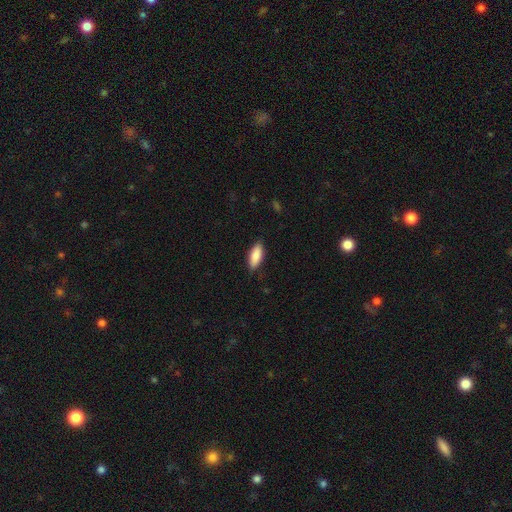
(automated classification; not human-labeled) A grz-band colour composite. It shows a smooth galaxy with no disk features (86%) that is in between round and cigar-shaped (78%). Merging: none (85%).